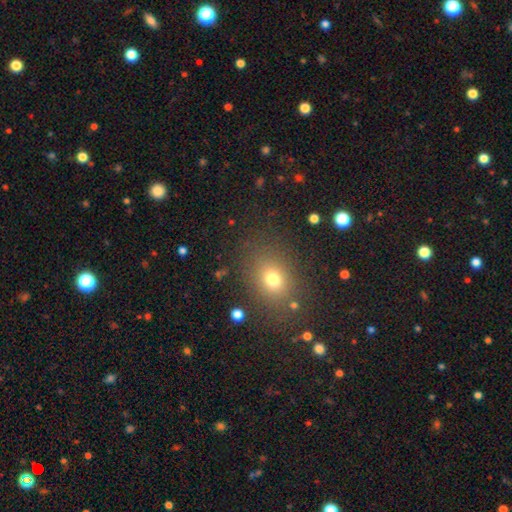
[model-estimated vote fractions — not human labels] Smooth or featured?
  - smooth: 60% *
  - star or artifact: 31%
  - featured or disk: 9%
How rounded?
  - round: 52% *
  - in between: 47%
  - cigar-shaped: 2%
Merging?
  - none: 86% *
  - minor disturbance: 8%
  - major disturbance: 3%
  - merger: 2%